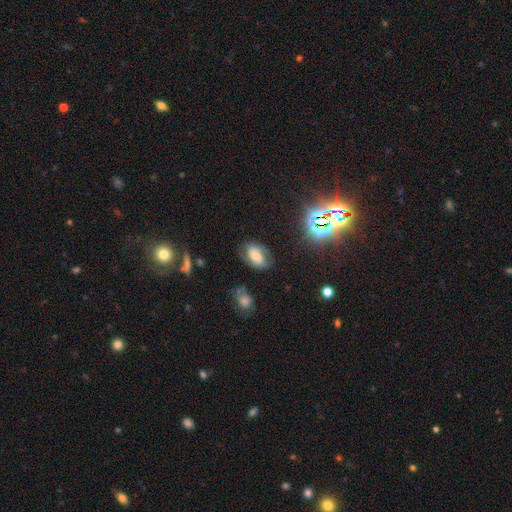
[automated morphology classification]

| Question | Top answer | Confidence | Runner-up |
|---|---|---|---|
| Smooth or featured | smooth | 44% | featured or disk (42%) |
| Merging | none | 66% | minor disturbance (22%) |